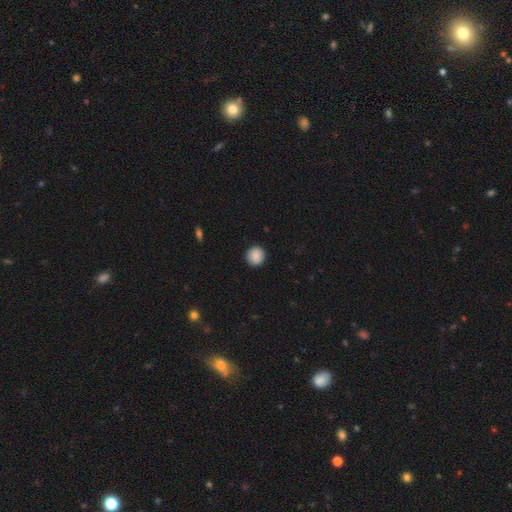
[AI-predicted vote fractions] Q: Smooth or featured?
A: smooth (89%); runner-up: star or artifact (8%)
Q: How rounded?
A: round (93%); runner-up: in between (6%)
Q: Merging?
A: none (92%); runner-up: minor disturbance (5%)